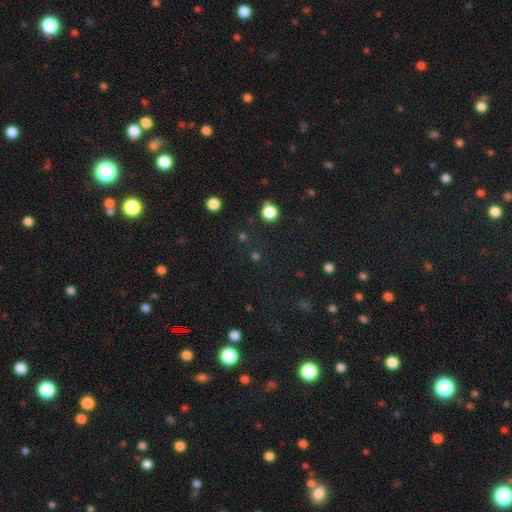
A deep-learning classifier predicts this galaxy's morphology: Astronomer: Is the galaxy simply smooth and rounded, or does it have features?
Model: star or artifact — 56% (runner-up: smooth, 37%).